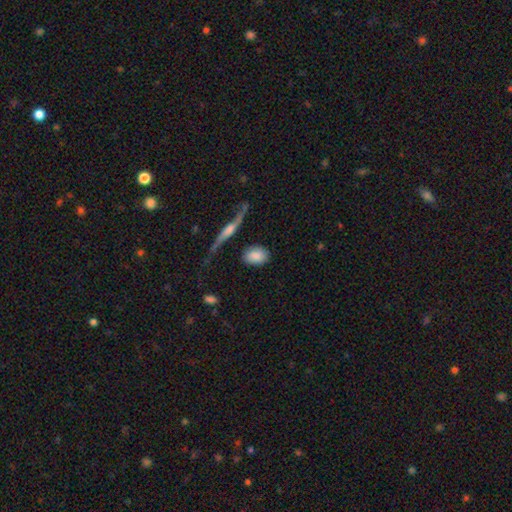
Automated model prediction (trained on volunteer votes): Smooth or featured?
  - smooth: 85% *
  - featured or disk: 9%
  - star or artifact: 6%
How rounded?
  - in between: 75% *
  - round: 22%
  - cigar-shaped: 3%
Merging?
  - none: 78% *
  - minor disturbance: 13%
  - major disturbance: 4%
  - merger: 4%